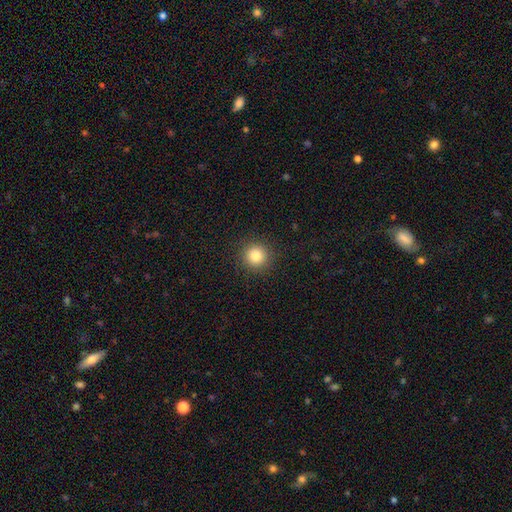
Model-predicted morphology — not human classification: This appears to be a smooth galaxy with no disk features (83%) that is round (95%). Merging: none (92%).